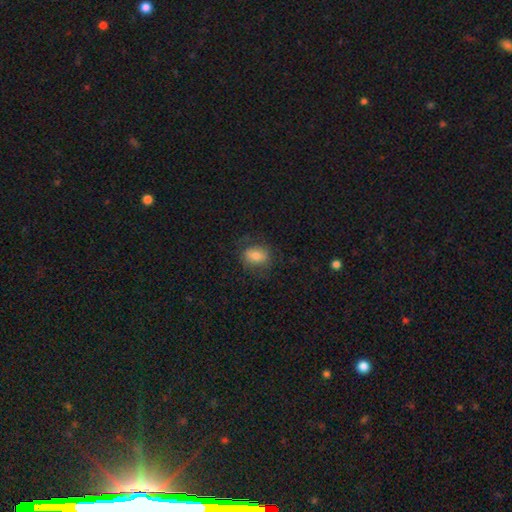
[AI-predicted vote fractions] Smooth or featured: smooth — 74% (featured or disk — 17%)
How rounded: in between — 66% (round — 33%)
Merging: none — 74% (minor disturbance — 17%)